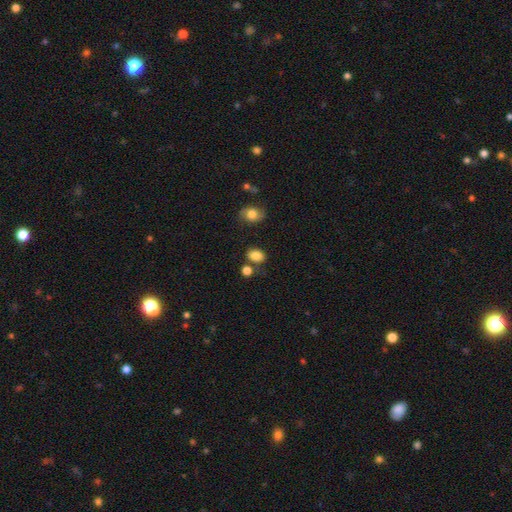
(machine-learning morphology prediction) Smooth or featured? Predicted: smooth (p=0.84). How rounded? Predicted: in between (p=0.67). Merging? Predicted: none (p=0.73).